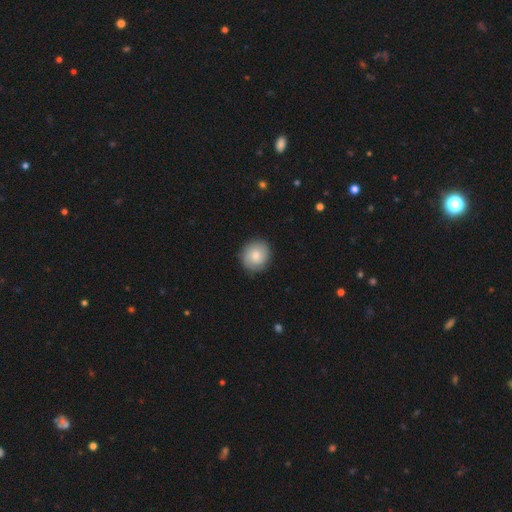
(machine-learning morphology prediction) Smooth or featured? Predicted: smooth (p=0.72). How rounded? Predicted: round (p=0.87). Merging? Predicted: none (p=0.87).